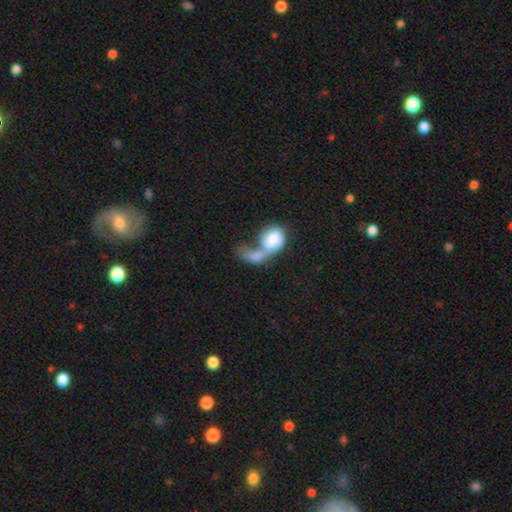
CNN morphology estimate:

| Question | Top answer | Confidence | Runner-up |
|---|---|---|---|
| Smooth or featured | smooth | 63% | featured or disk (30%) |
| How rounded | in between | 62% | round (34%) |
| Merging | merger | 69% | major disturbance (18%) |